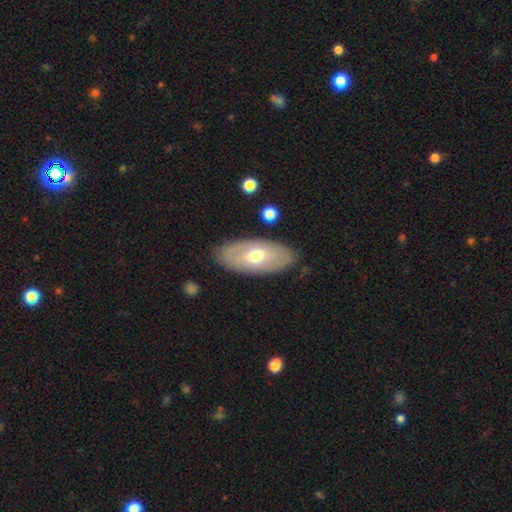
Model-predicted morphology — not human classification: type=featured or disk (51%); edge-on=no (82%); merging=none (86%).